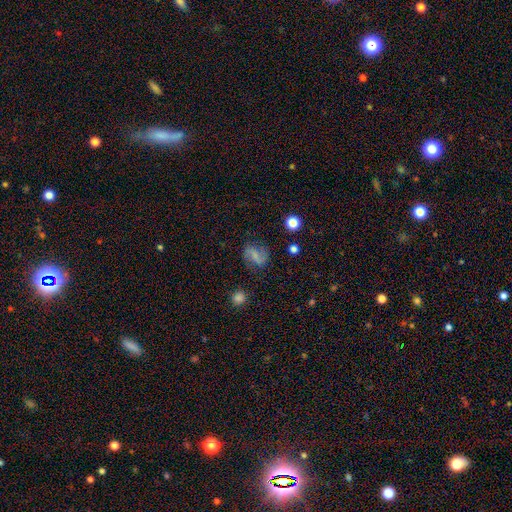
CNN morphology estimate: type=featured or disk (54%); edge-on=no (97%); bar=weak (43%); spiral arms=yes (88%); bulge=none (48%); merging=none (74%).